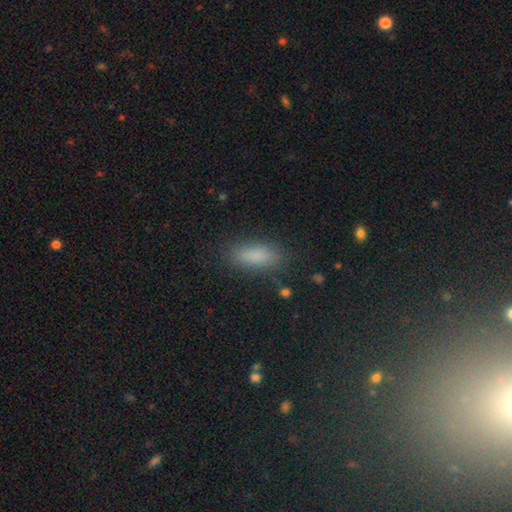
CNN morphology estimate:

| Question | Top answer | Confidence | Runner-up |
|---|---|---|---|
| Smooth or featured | smooth | 85% | star or artifact (9%) |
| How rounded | in between | 73% | cigar-shaped (25%) |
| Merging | none | 85% | minor disturbance (10%) |